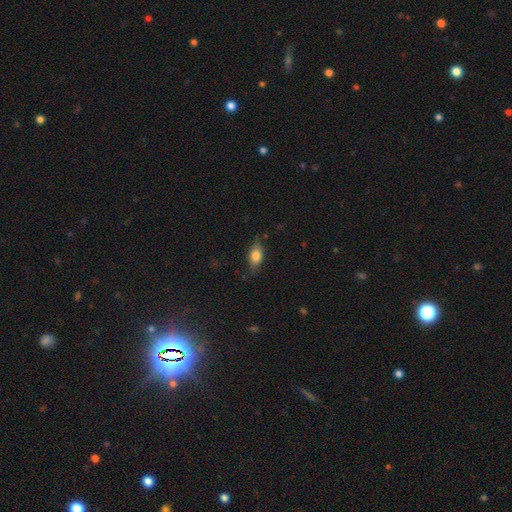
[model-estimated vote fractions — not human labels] A smooth galaxy with no disk features (74%) that is in between round and cigar-shaped (82%). Merging: none (74%).